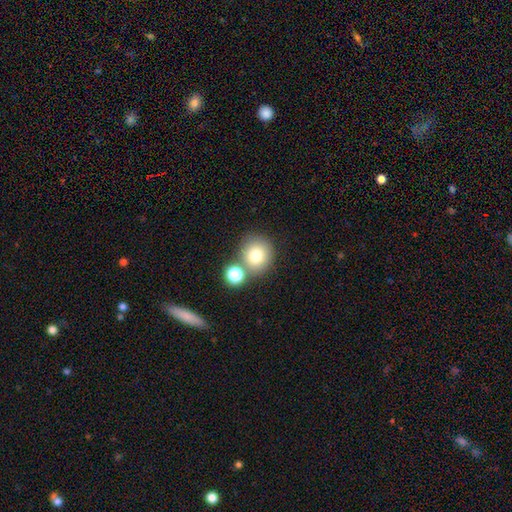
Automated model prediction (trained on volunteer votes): Smooth or featured?
  - smooth: 77% *
  - star or artifact: 12%
  - featured or disk: 11%
How rounded?
  - round: 86% *
  - in between: 13%
  - cigar-shaped: 1%
Merging?
  - none: 66% *
  - merger: 21%
  - minor disturbance: 10%
  - major disturbance: 4%